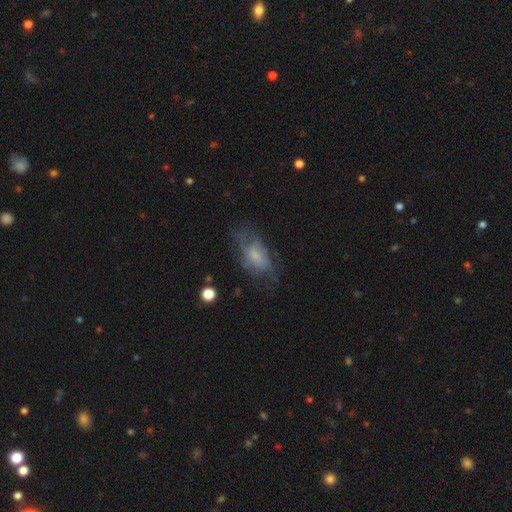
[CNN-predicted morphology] Smooth or featured: featured or disk — 50% (smooth — 40%)
Edge-on disk: no — 93% (yes — 7%)
Merging: none — 47% (minor disturbance — 26%)